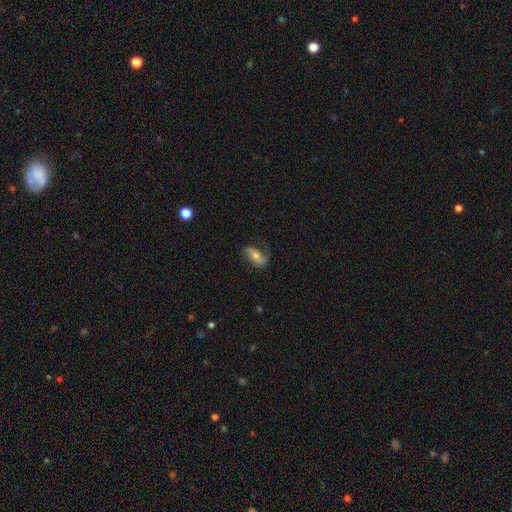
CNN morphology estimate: A featured or disk galaxy (59%) with no bar (42%), spiral arms (88%) and a moderate central bulge (51%).

Vote fractions:
- Smooth or featured? featured or disk: 59% / smooth: 32% / star or artifact: 9%
- Edge-on disk? no: 91% / yes: 9%
- Bar? no: 42% / weak: 31% / strong: 27%
- Spiral arms? yes: 88% / no: 12%
- Bulge size? moderate: 51% / small: 38% / large: 6% / none: 3% / dominant: 2%
- Merging? none: 62% / minor disturbance: 22% / major disturbance: 14% / merger: 2%